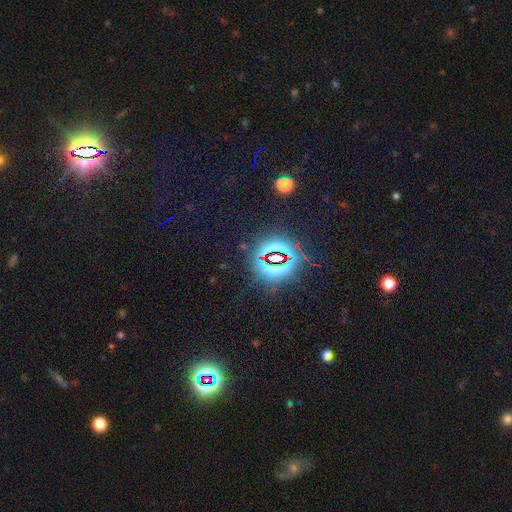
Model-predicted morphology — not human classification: Q: Smooth or featured?
A: star or artifact (82%); runner-up: smooth (11%)